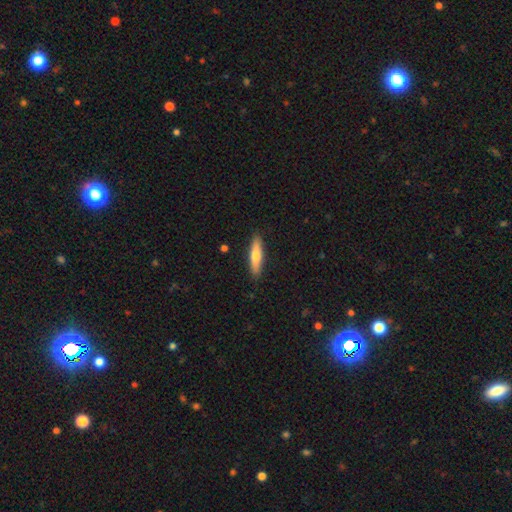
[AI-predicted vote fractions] The model was most divided on "smooth or featured": smooth: 66%, featured or disk: 29%, star or artifact: 5%. More confident: merging — none (90%); how rounded — cigar-shaped (78%).